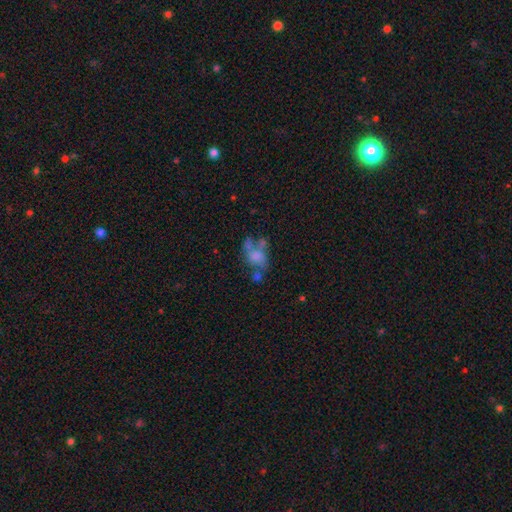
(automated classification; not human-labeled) A featured or disk galaxy (44%). Merging: merger (30%).